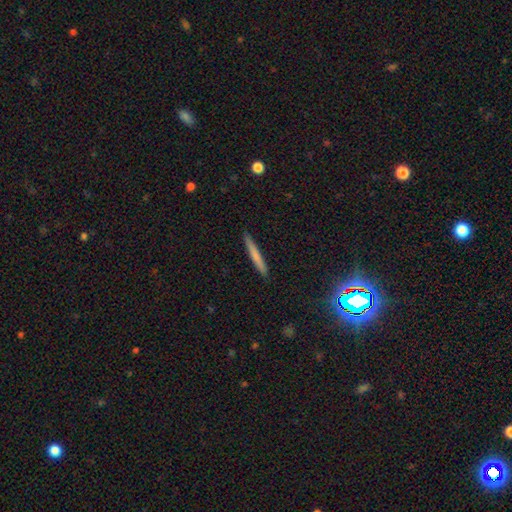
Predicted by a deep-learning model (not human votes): Overall: smooth (68%). How rounded: cigar-shaped (96%). Merging: none (91%).